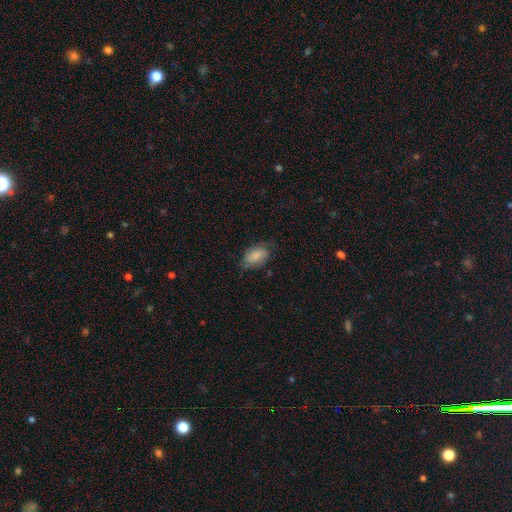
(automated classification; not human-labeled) smooth-or-featured: smooth: 70% | featured or disk: 23% | star or artifact: 8%
  how-rounded: in between: 90% | round: 7% | cigar-shaped: 2%
  merging: none: 60% | minor disturbance: 28% | major disturbance: 10% | merger: 1%